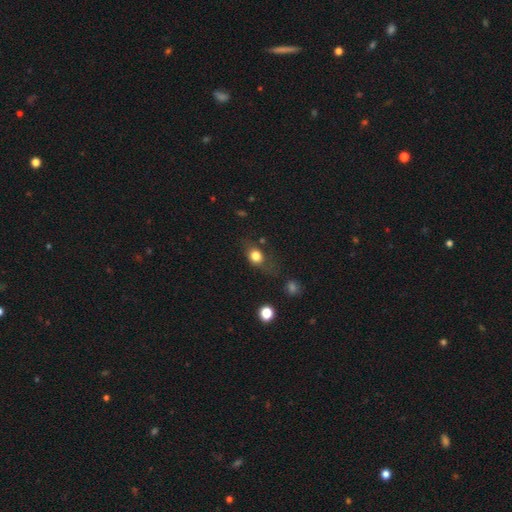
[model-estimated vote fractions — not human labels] This appears to be a smooth galaxy with no disk features (78%) that is round (51%). Merging: none (58%).